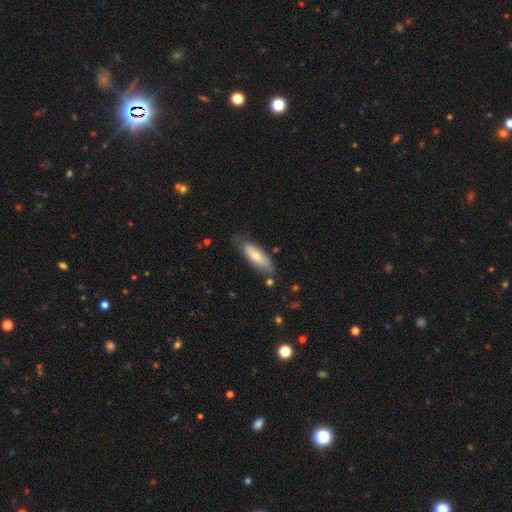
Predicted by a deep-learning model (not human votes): Morphology: type=smooth (67%); roundness=in between (60%); merging=none (68%).